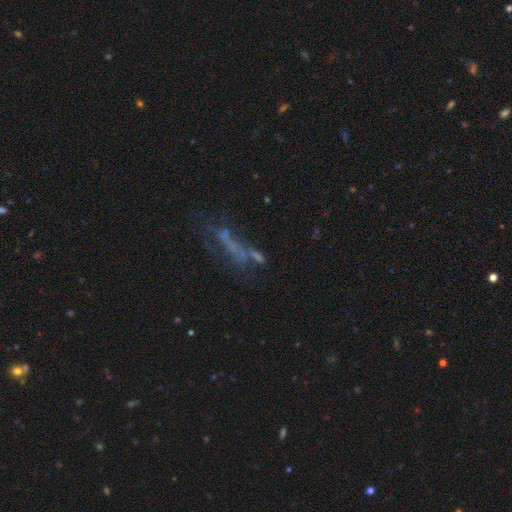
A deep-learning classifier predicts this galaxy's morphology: The model was most divided on "merging": none: 35%, major disturbance: 28%, merger: 22%, minor disturbance: 14%. Remaining: smooth or featured — featured or disk (46%).